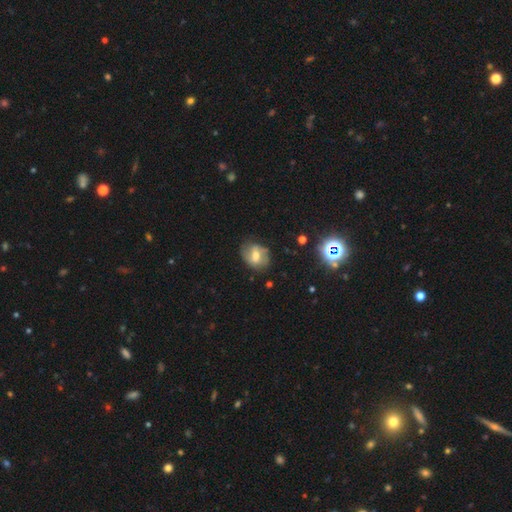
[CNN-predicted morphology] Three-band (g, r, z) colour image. It shows a featured or disk galaxy (51%). Merging: none (69%).